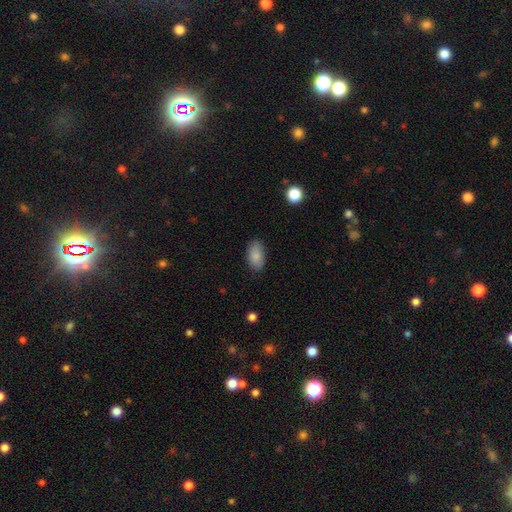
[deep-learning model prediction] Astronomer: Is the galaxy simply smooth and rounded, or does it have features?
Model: smooth — 85%.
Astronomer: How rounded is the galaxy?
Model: in between — 93%.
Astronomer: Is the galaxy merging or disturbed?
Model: none — 82%.